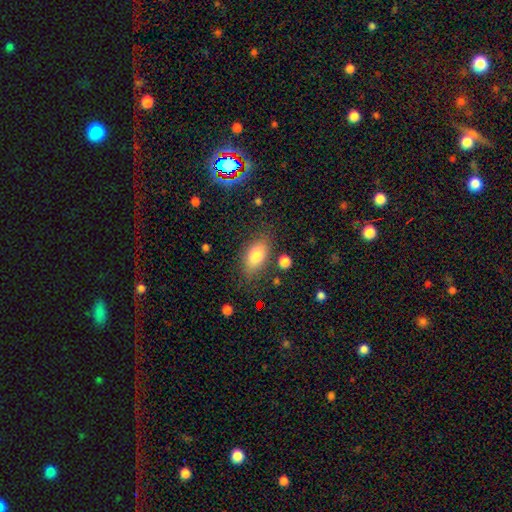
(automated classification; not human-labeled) This is likely a smooth galaxy (74%). How rounded: clearly in between (85%). Merging: clearly none (81%).